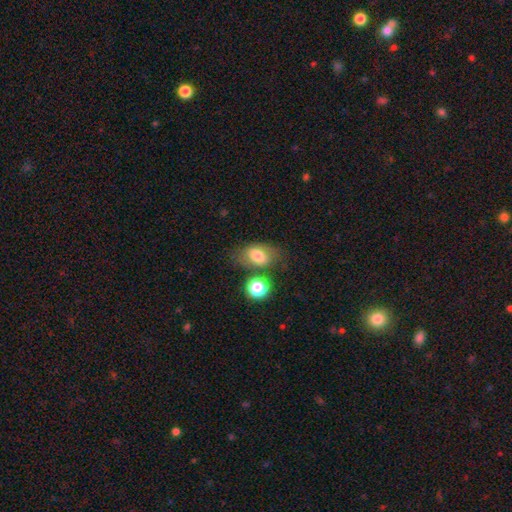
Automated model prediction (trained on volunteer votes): Smooth or featured? Predicted: smooth (p=0.71). How rounded? Predicted: in between (p=0.82). Merging? Predicted: none (p=0.64).